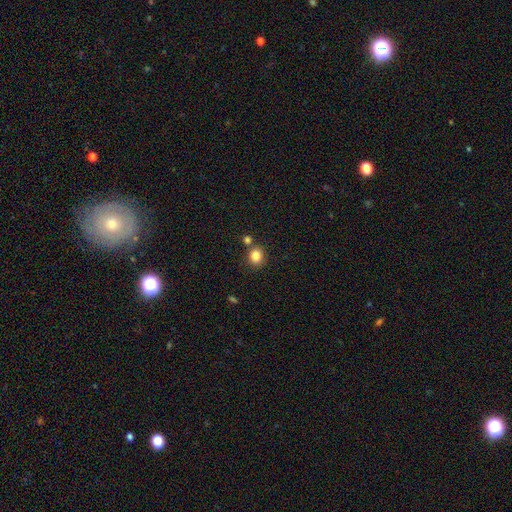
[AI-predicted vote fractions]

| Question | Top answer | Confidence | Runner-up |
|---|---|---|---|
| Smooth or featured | smooth | 83% | star or artifact (11%) |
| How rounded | round | 72% | in between (27%) |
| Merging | none | 71% | merger (16%) |